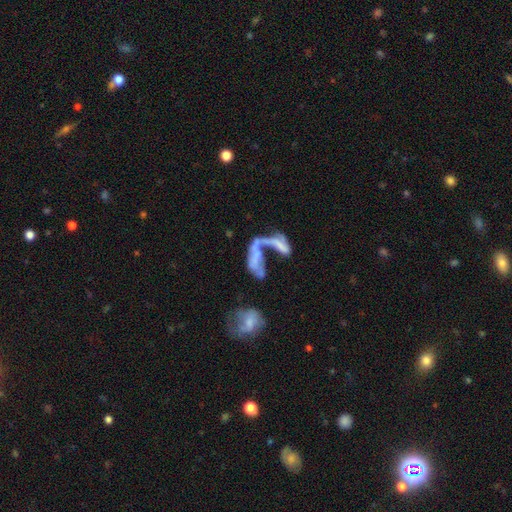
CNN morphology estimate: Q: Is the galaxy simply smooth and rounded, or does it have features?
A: featured or disk — 50%.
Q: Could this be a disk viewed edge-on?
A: no — 91%.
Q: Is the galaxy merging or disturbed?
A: merger — 58%.